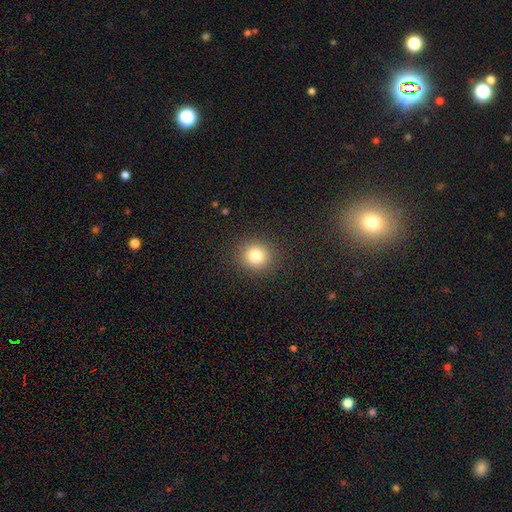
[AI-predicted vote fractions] This is clearly a smooth galaxy (81%). How rounded: clearly round (87%). Merging: clearly none (90%).